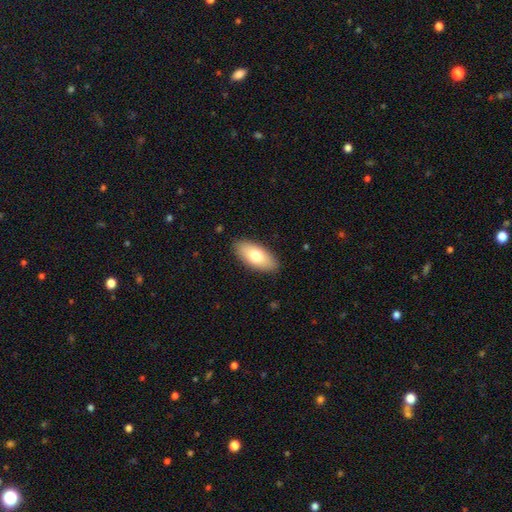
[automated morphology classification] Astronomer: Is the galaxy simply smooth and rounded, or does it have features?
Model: smooth — 72%.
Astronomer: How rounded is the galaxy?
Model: in between — 89%.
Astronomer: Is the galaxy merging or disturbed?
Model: none — 88%.